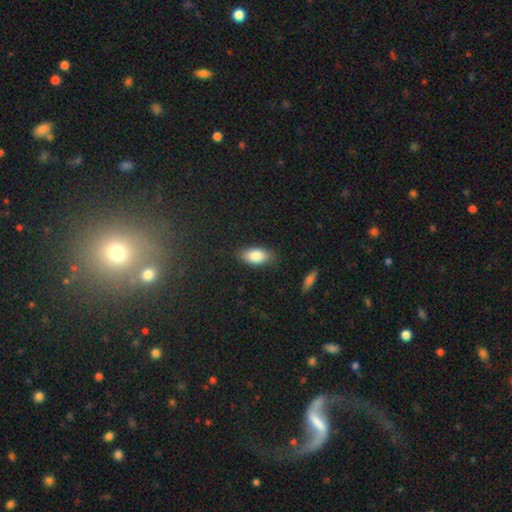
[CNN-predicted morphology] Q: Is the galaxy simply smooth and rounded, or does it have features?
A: smooth — 84%.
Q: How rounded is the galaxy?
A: in between — 90%.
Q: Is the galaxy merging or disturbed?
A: none — 81%.